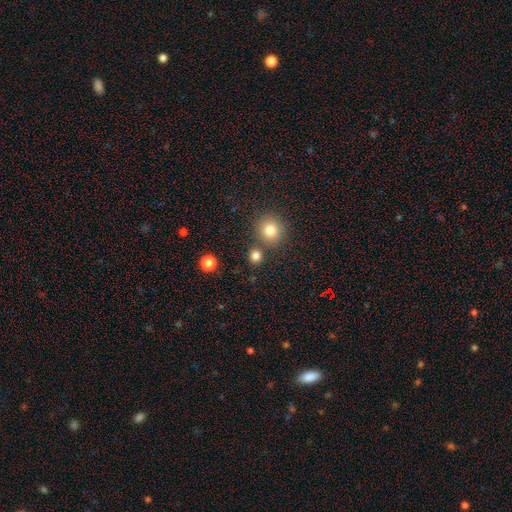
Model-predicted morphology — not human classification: Smooth or featured?
  - smooth: 81% *
  - star or artifact: 14%
  - featured or disk: 5%
How rounded?
  - round: 86% *
  - in between: 13%
  - cigar-shaped: 1%
Merging?
  - none: 77% *
  - merger: 13%
  - minor disturbance: 7%
  - major disturbance: 3%